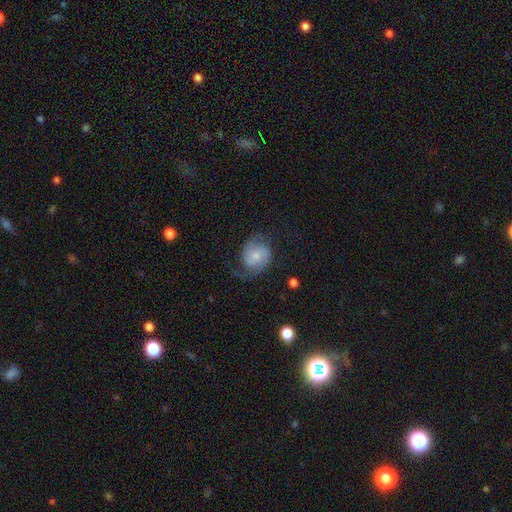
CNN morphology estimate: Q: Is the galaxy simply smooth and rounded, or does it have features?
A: featured or disk — 59%.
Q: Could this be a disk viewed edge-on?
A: no — 98%.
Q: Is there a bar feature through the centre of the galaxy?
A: no — 66%.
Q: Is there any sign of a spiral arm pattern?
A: yes — 89%.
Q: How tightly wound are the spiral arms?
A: medium — 43%.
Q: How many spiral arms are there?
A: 2 — 84%.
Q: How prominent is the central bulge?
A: moderate — 45%.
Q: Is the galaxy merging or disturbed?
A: none — 59%.